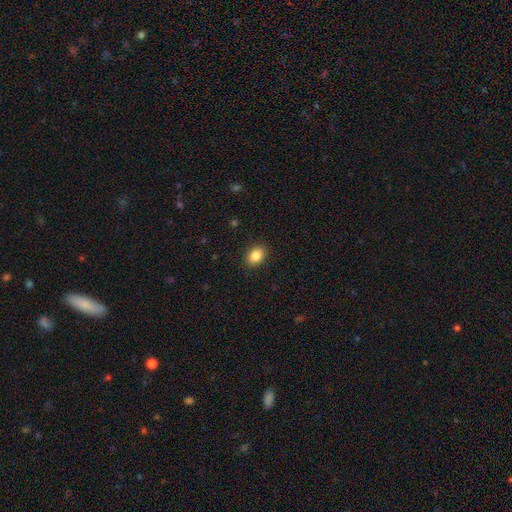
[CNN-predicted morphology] Smooth or featured? smooth (85%)
How rounded? in between (74%)
Merging? none (89%)